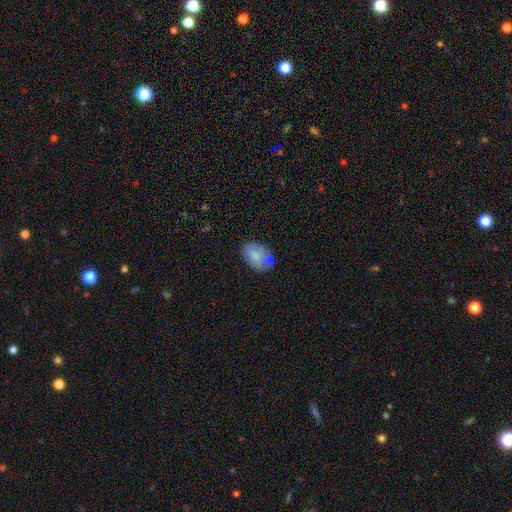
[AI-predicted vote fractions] smooth 73%, featured or disk 20%, star or artifact 7%. Down the decision tree: how rounded — in between (85%); merging — none (55%).